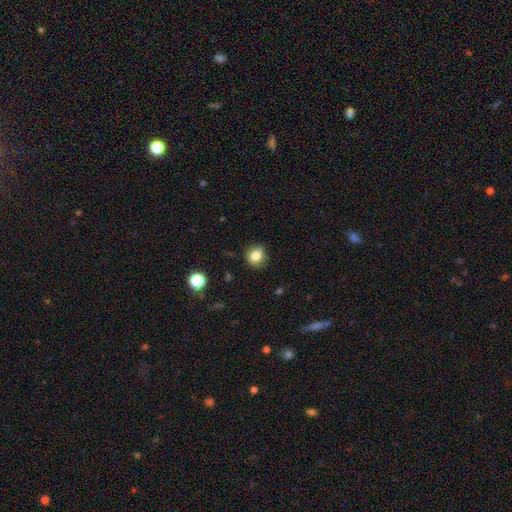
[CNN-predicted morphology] Overall: smooth (82%). How rounded: round (80%). Merging: none (83%).